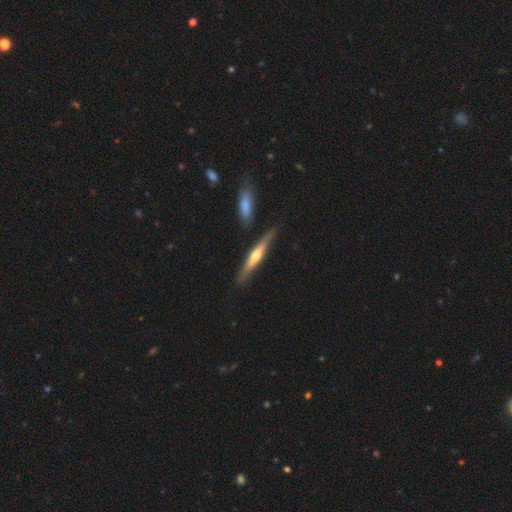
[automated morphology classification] smooth-or-featured: featured or disk: 58% | smooth: 37% | star or artifact: 5%
  disk-edge-on: yes: 95% | no: 5%
    edge-on-bulge: rounded: 80% | none: 14% | boxy: 6%
  merging: none: 82% | minor disturbance: 11% | merger: 4% | major disturbance: 2%